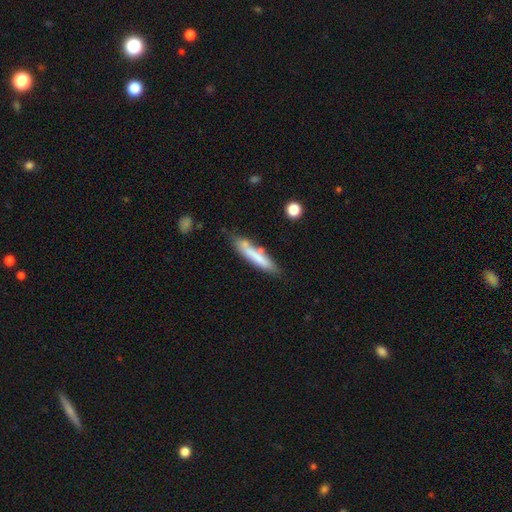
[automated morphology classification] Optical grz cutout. It shows a smooth galaxy with no disk features (67%) that is cigar-shaped (89%). Merging: none (67%).